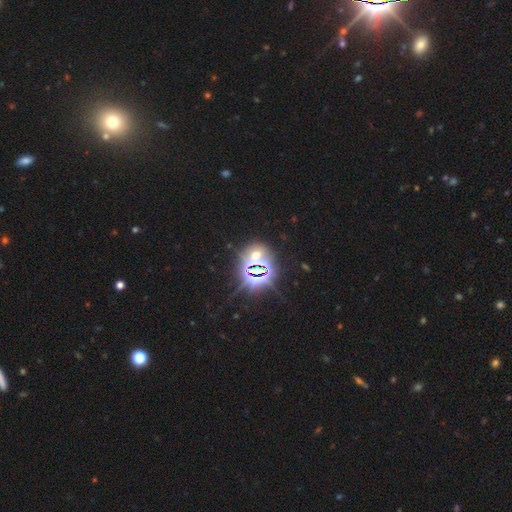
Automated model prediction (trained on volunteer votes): Smooth or featured?
  - star or artifact: 68% *
  - smooth: 23%
  - featured or disk: 9%